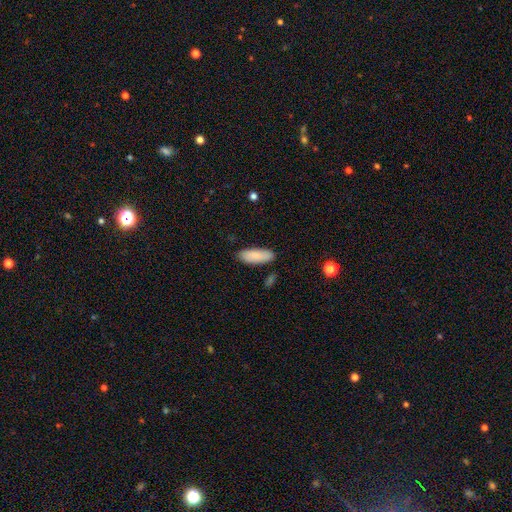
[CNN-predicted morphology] smooth-or-featured: smooth: 88% | featured or disk: 6% | star or artifact: 6%
  how-rounded: in between: 71% | cigar-shaped: 27% | round: 2%
  merging: none: 85% | minor disturbance: 11% | major disturbance: 2% | merger: 2%